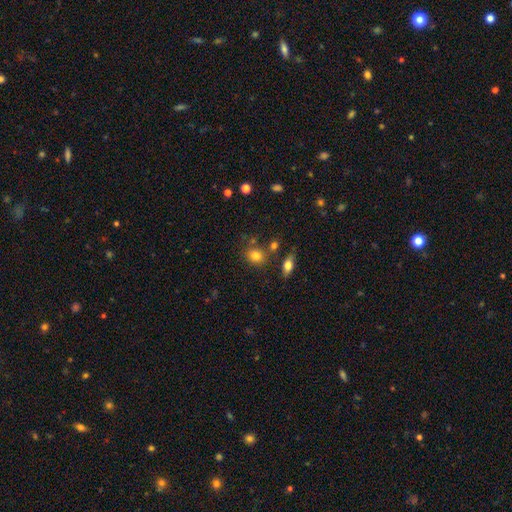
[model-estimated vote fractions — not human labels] The model was most divided on "how rounded": round: 64%, in between: 35%, cigar-shaped: 2%. More confident: smooth or featured — smooth (81%); merging — none (69%).